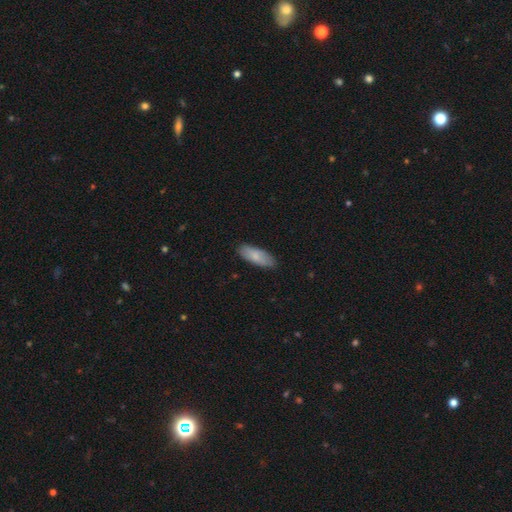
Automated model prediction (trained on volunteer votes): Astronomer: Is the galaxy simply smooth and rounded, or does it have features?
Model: smooth — 81%.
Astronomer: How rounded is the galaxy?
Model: in between — 75%.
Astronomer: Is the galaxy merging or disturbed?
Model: none — 85%.